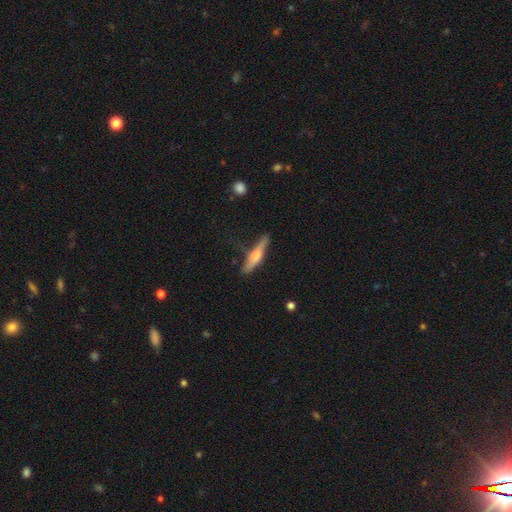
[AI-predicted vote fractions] Smooth or featured? smooth (49%)
Merging? none (70%)